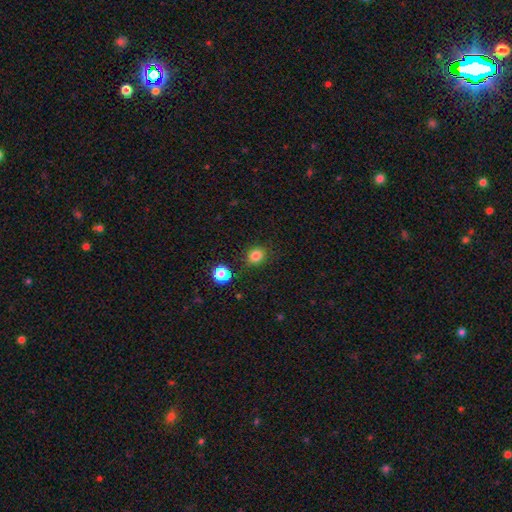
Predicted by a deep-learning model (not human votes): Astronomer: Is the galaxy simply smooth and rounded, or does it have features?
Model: smooth — 83%.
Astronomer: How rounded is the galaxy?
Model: round — 72%.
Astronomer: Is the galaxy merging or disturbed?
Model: none — 85%.